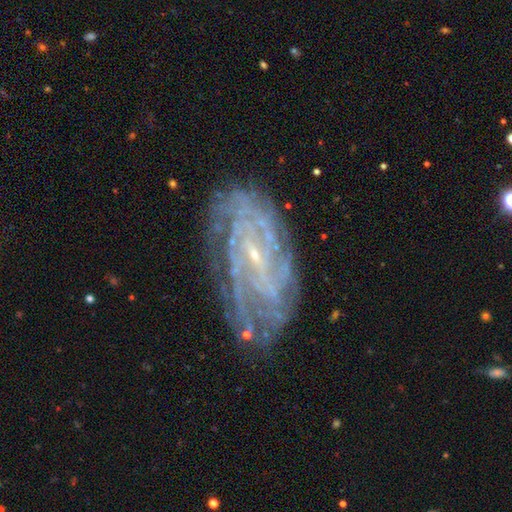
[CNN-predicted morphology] type=featured or disk (86%); edge-on=no (95%); bar=weak (44%); spiral arms=yes (95%); winding=tight (67%); arm count=can't tell (34%); bulge=small (83%); merging=none (74%).